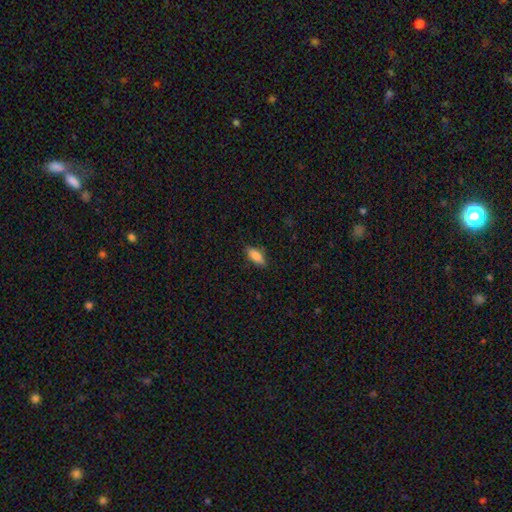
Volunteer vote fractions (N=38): Overall: smooth (82%). How rounded: in between (77%). Merging: none (89%).